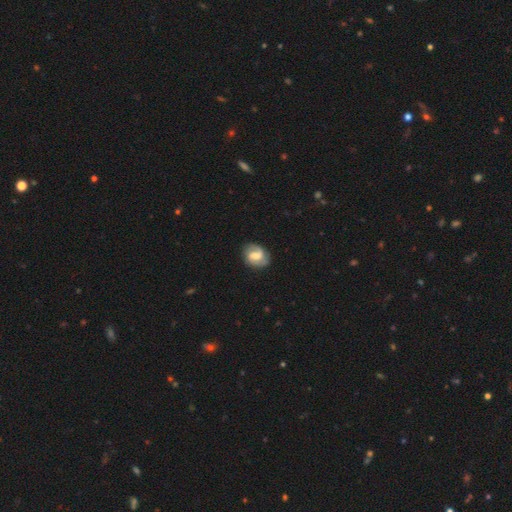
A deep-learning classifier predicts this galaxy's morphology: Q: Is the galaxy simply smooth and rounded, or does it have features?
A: featured or disk — 66%.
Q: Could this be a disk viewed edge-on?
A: no — 97%.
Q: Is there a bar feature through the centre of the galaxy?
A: weak — 52%.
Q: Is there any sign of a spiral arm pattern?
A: yes — 89%.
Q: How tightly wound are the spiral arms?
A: medium — 45%.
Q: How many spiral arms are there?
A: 2 — 81%.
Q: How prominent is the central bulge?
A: moderate — 41%.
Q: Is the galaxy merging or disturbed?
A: none — 77%.